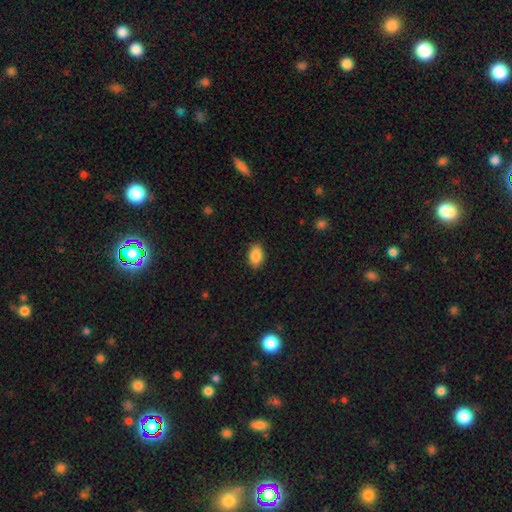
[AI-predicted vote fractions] Smooth or featured?
  - smooth: 89% *
  - star or artifact: 8%
  - featured or disk: 4%
How rounded?
  - in between: 90% *
  - round: 9%
  - cigar-shaped: 1%
Merging?
  - none: 89% *
  - minor disturbance: 8%
  - major disturbance: 2%
  - merger: 1%